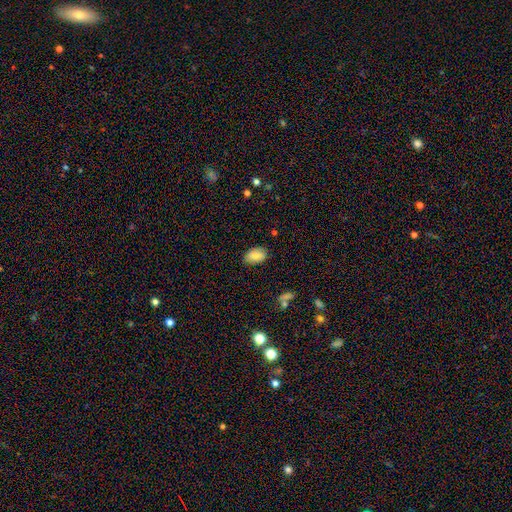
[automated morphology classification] smooth-or-featured: smooth: 80% | featured or disk: 11% | star or artifact: 8%
  how-rounded: in between: 89% | round: 9% | cigar-shaped: 1%
  merging: none: 82% | minor disturbance: 14% | major disturbance: 3% | merger: 1%